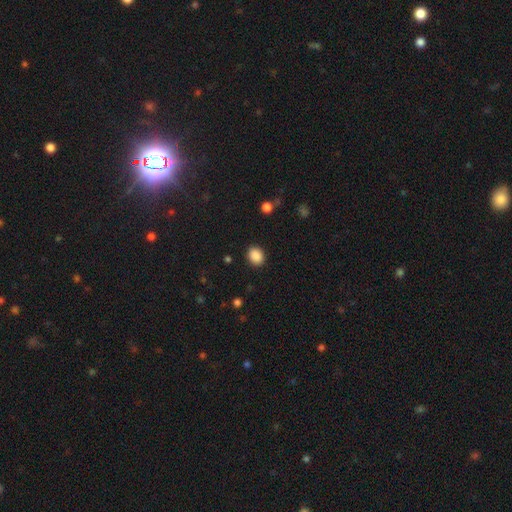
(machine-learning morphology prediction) smooth 88%, star or artifact 9%, featured or disk 3%. Down the decision tree: how rounded — round (58%); merging — none (89%).